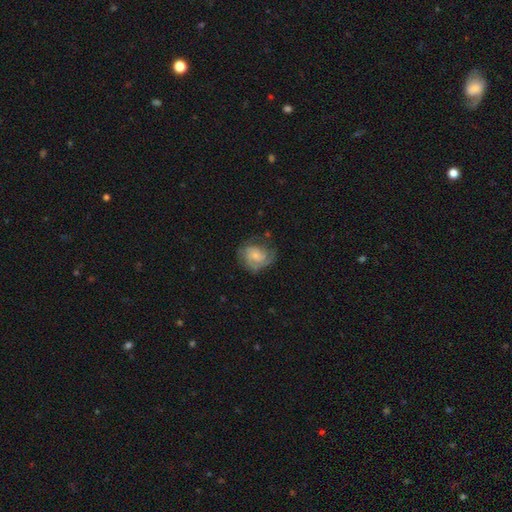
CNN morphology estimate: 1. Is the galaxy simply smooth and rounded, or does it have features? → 67% featured or disk, 26% smooth, 7% star or artifact.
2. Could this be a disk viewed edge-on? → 98% no, 2% yes.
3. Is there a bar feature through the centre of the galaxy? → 66% no, 29% weak, 4% strong.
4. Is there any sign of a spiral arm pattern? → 90% yes, 10% no.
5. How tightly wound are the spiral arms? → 48% tight, 39% medium, 13% loose.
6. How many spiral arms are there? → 37% 2, 26% can't tell, 21% 3, 6% 1, 5% 4, 4% more than 4.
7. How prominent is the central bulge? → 56% small, 26% moderate, 13% none, 4% large, 1% dominant.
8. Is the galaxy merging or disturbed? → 64% none, 22% minor disturbance, 12% major disturbance, 2% merger.